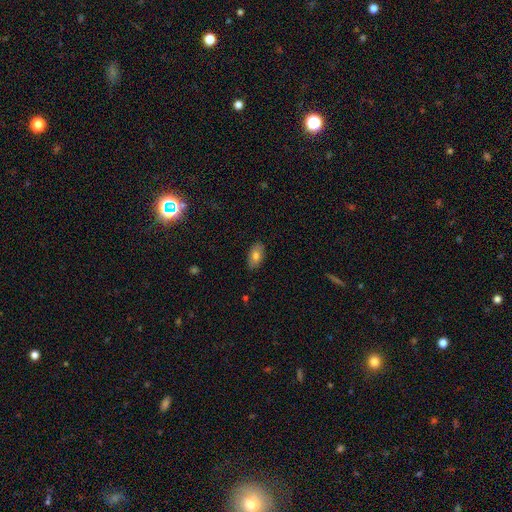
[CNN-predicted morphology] Q: Smooth or featured?
A: smooth (77%); runner-up: featured or disk (16%)
Q: How rounded?
A: in between (93%); runner-up: round (5%)
Q: Merging?
A: none (86%); runner-up: minor disturbance (11%)